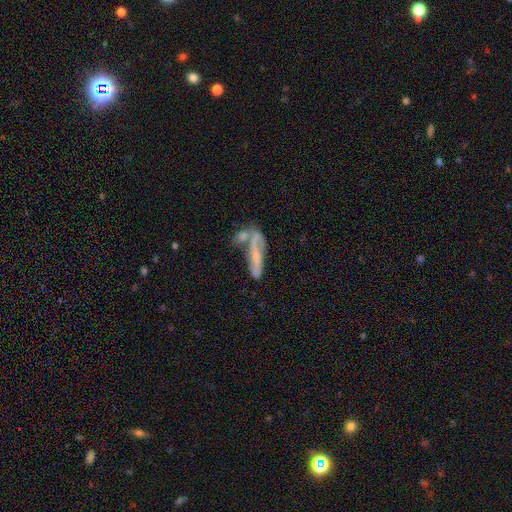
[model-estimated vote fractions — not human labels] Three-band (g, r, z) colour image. It shows a featured or disk galaxy (54%). Merging: merger (41%).